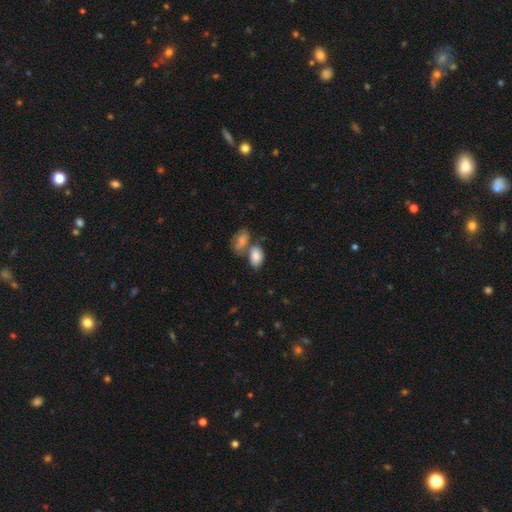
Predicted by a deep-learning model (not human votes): Smooth or featured?
  - smooth: 82% *
  - featured or disk: 11%
  - star or artifact: 7%
How rounded?
  - in between: 90% *
  - round: 8%
  - cigar-shaped: 2%
Merging?
  - merger: 42% *
  - none: 38%
  - minor disturbance: 15%
  - major disturbance: 6%